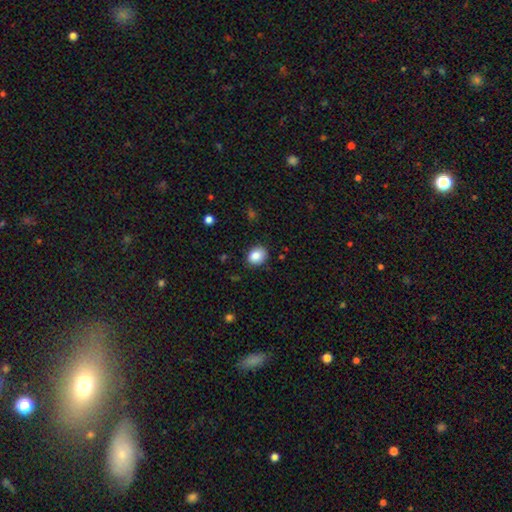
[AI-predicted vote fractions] This appears to be a smooth galaxy with no disk features (86%) that is round (53%). Merging: none (84%).